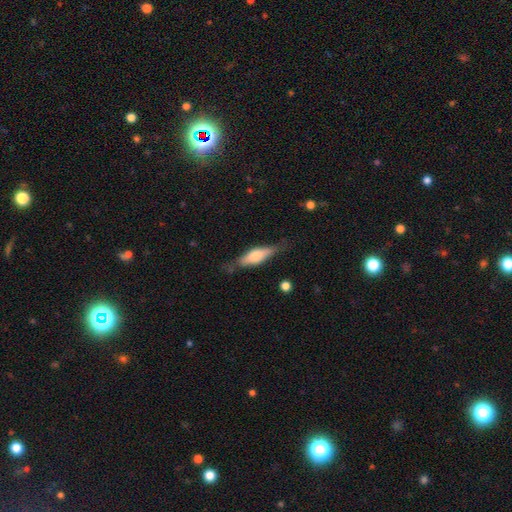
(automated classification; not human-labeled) smooth_or_featured: smooth (p=0.56) [alt: featured or disk p=0.38]
how_rounded: in between (p=0.49) [tied with: cigar-shaped p=0.49]
merging: none (p=0.68) [alt: minor disturbance p=0.23]